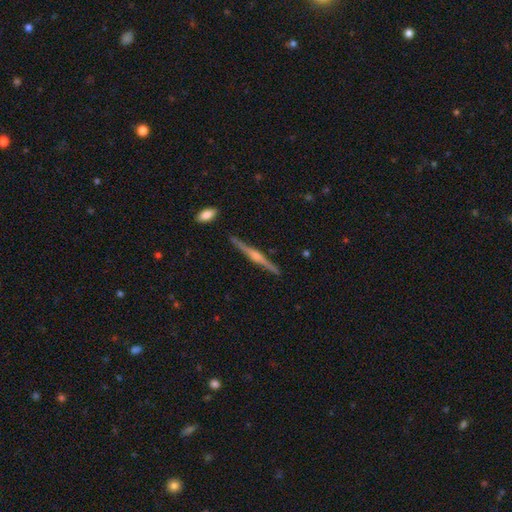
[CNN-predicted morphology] type=featured or disk (80%); edge-on=yes (98%); edge-on bulge=rounded (83%); merging=none (89%).